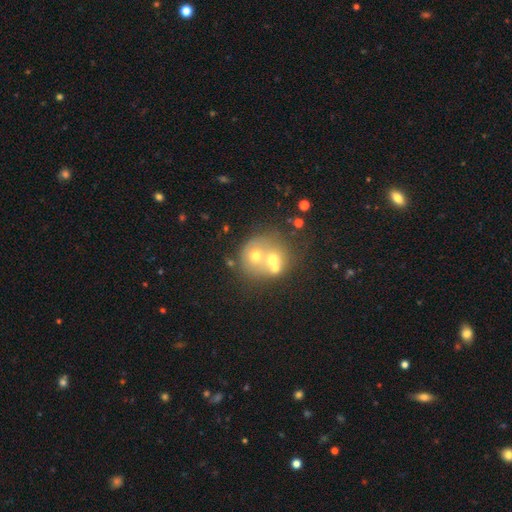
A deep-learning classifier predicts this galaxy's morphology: A smooth galaxy with no disk features (50%) that is round (78%). Merging: merger (58%).